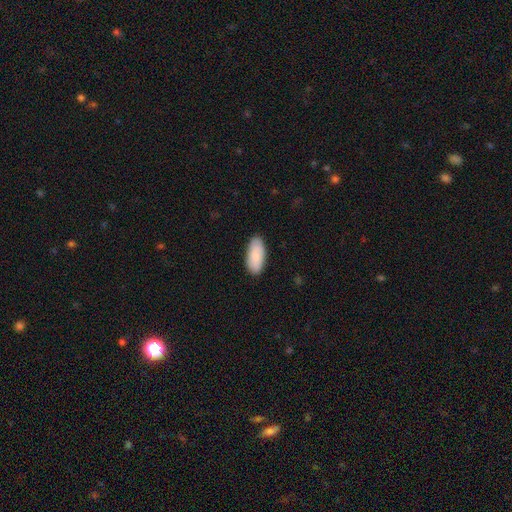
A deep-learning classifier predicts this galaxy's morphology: This appears to be a smooth galaxy with no disk features (89%) that is in between round and cigar-shaped (90%). Merging: none (87%).